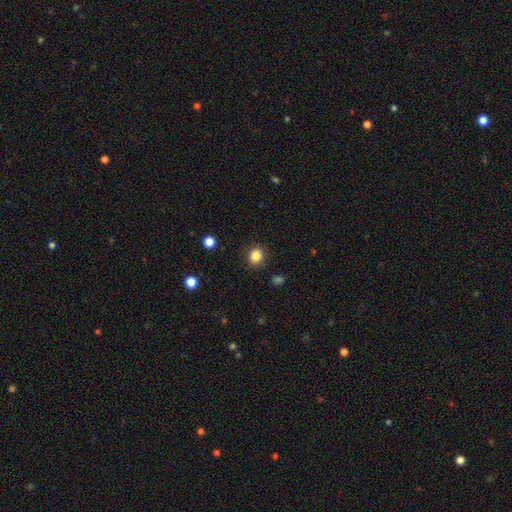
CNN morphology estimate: Smooth or featured: smooth — 85% (star or artifact — 11%)
How rounded: round — 80% (in between — 19%)
Merging: none — 89% (minor disturbance — 7%)